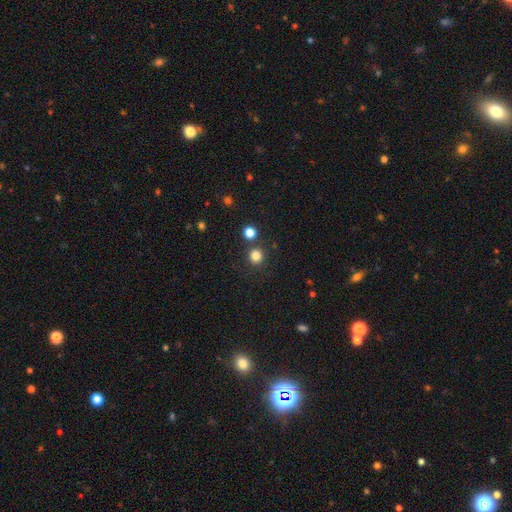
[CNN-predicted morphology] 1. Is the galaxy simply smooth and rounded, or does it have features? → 82% smooth, 14% star or artifact, 4% featured or disk.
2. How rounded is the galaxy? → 92% round, 7% in between, 1% cigar-shaped.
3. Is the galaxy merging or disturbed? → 82% none, 8% merger, 7% minor disturbance, 3% major disturbance.